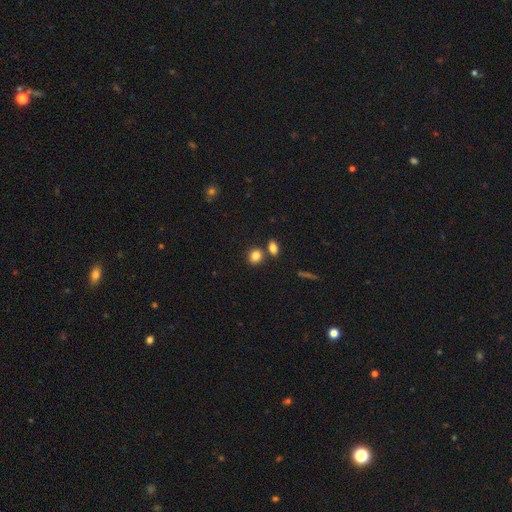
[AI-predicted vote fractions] Q: Smooth or featured?
A: smooth (83%); runner-up: star or artifact (10%)
Q: How rounded?
A: round (66%); runner-up: in between (32%)
Q: Merging?
A: none (70%); runner-up: merger (18%)